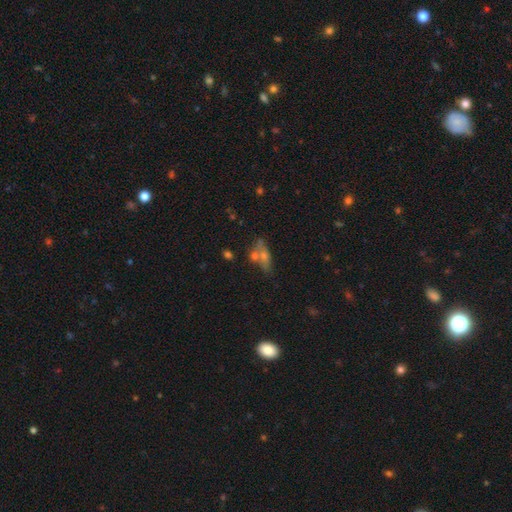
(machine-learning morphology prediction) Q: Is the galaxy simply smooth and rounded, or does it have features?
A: smooth — 44%.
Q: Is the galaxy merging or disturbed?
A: none — 52%.